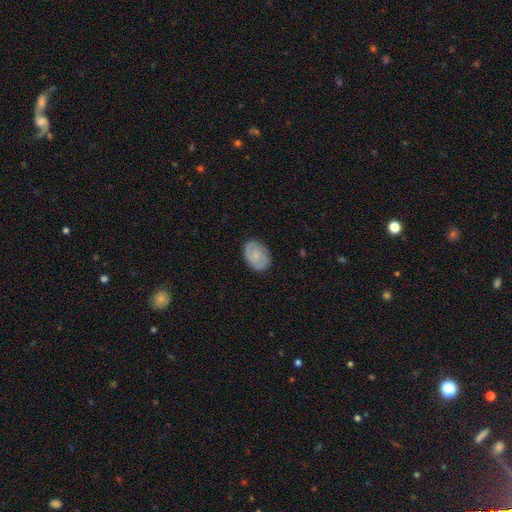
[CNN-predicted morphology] featured or disk 58%, smooth 35%, star or artifact 6%. Down the decision tree: edge-on disk — no (97%); bar — no (63%); spiral arms — yes (88%); bulge size — small (64%); merging — none (84%).